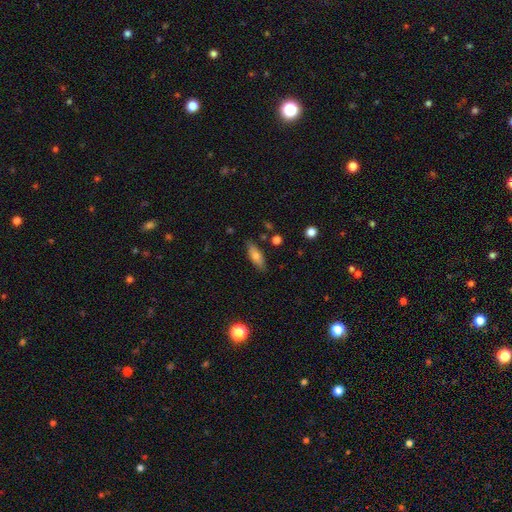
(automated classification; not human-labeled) Smooth or featured? Predicted: smooth (p=0.67). How rounded? Predicted: in between (p=0.65). Merging? Predicted: none (p=0.84).